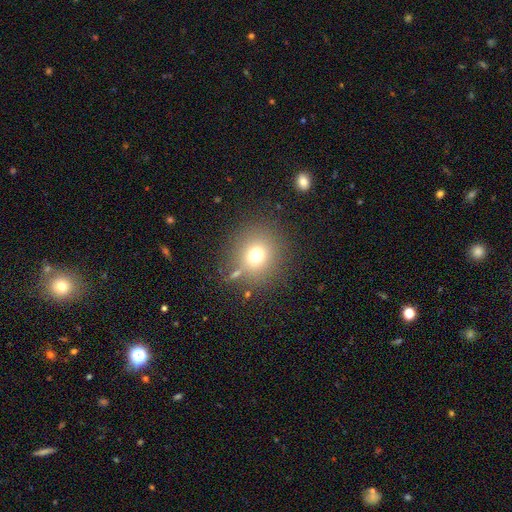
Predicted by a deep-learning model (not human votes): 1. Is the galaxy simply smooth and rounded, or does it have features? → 72% smooth, 17% star or artifact, 12% featured or disk.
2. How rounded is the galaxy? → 86% round, 13% in between, 1% cigar-shaped.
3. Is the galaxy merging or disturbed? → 79% none, 10% minor disturbance, 6% merger, 5% major disturbance.